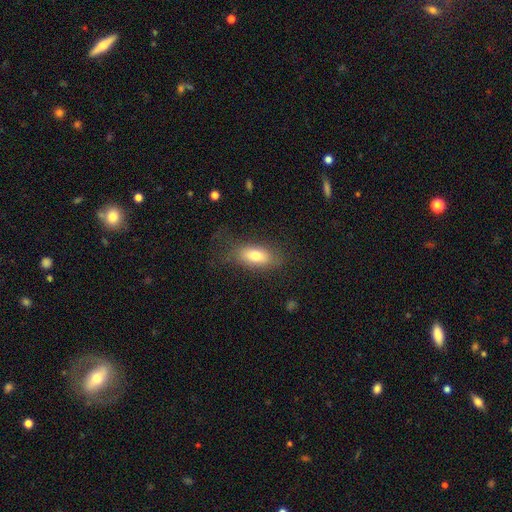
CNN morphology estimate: Overall: smooth (74%). How rounded: in between (84%). Merging: none (68%).